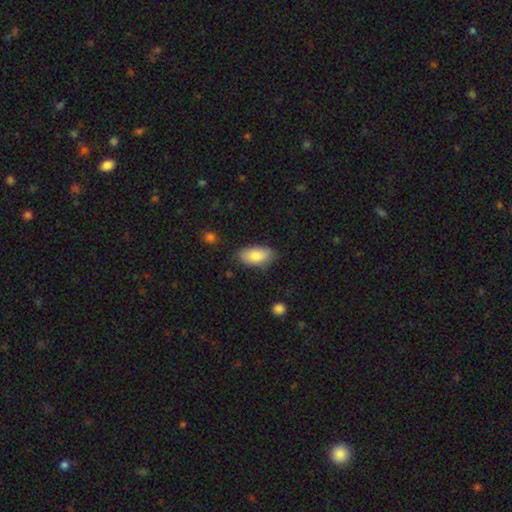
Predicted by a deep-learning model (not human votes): Q: Smooth or featured?
A: smooth (82%); runner-up: featured or disk (12%)
Q: How rounded?
A: in between (93%); runner-up: cigar-shaped (4%)
Q: Merging?
A: none (77%); runner-up: minor disturbance (18%)